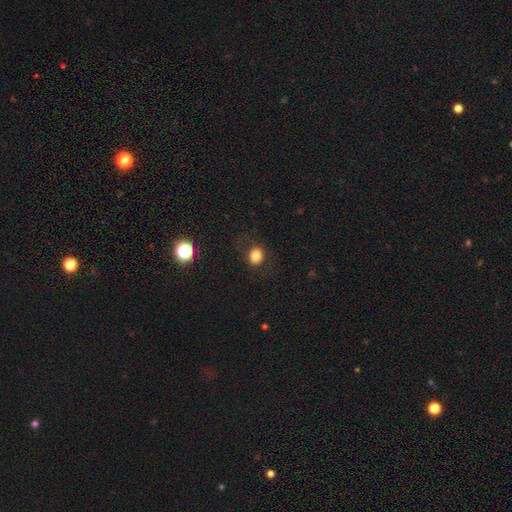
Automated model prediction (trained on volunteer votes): Q: Smooth or featured?
A: smooth (80%); runner-up: star or artifact (12%)
Q: How rounded?
A: round (61%); runner-up: in between (38%)
Q: Merging?
A: none (83%); runner-up: minor disturbance (11%)